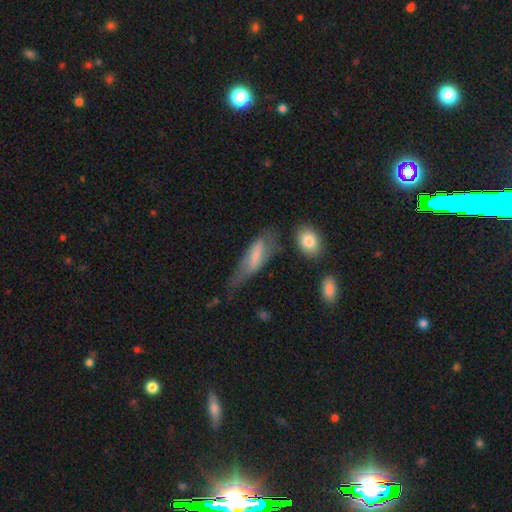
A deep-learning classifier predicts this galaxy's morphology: Overall: smooth (61%; featured or disk 31%). How rounded: in between (51%; cigar-shaped 46%). Merging: none (35%; minor disturbance 33%).